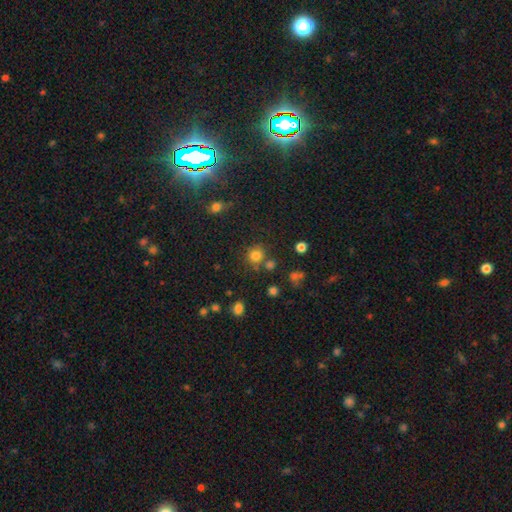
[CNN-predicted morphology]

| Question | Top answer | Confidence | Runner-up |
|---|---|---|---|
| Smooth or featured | smooth | 78% | star or artifact (16%) |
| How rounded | round | 88% | in between (11%) |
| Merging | none | 73% | merger (13%) |